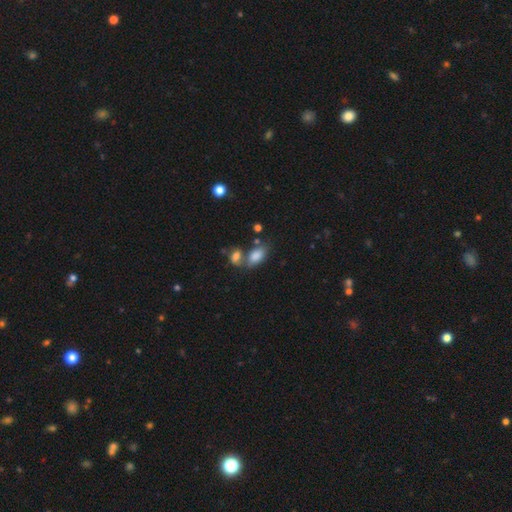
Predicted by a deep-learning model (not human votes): Q: Smooth or featured?
A: smooth (83%); runner-up: star or artifact (9%)
Q: How rounded?
A: in between (90%); runner-up: round (7%)
Q: Merging?
A: none (42%); runner-up: merger (38%)